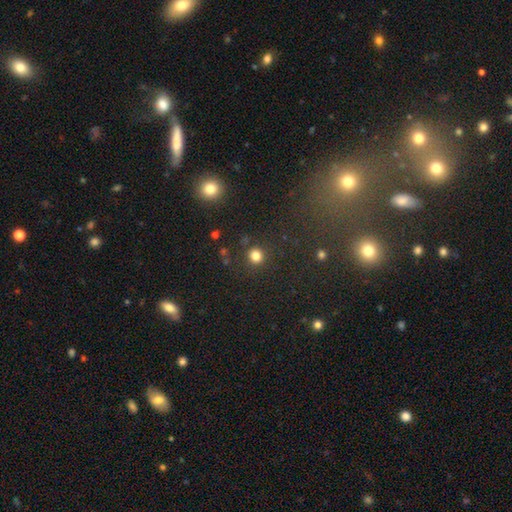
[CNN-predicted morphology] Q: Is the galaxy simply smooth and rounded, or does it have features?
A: smooth — 81%.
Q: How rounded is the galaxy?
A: round — 90%.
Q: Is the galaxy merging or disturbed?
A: none — 88%.